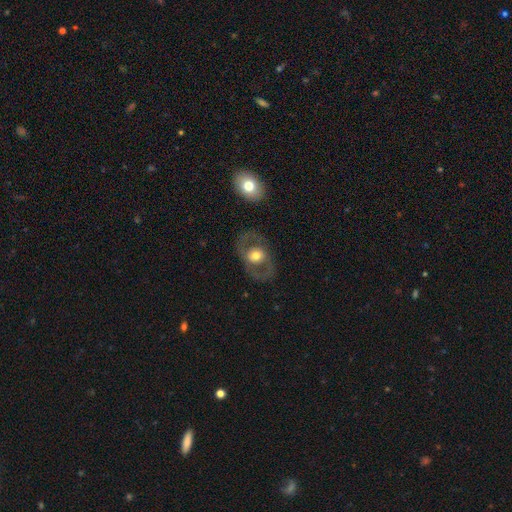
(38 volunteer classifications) This is likely a featured or disk galaxy (68%). It is clearly not viewed edge-on (96%). Bar: clearly no (84%). Spiral arm pattern: likely no (60%). Central bulge: likely moderate (76%). Merging: likely none (65%).